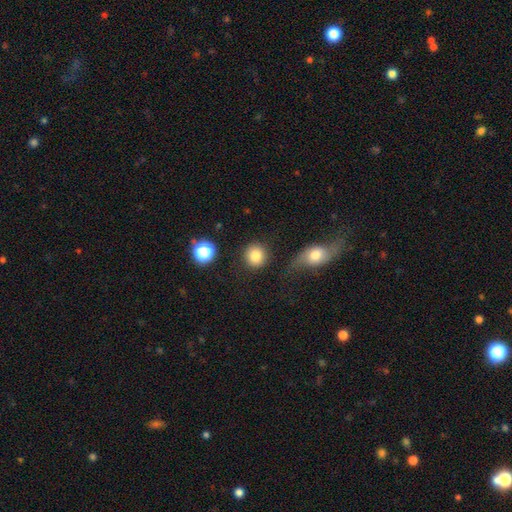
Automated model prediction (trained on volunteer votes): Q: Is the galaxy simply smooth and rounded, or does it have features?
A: smooth — 83%.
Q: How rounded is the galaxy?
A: round — 90%.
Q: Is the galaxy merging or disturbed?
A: none — 82%.